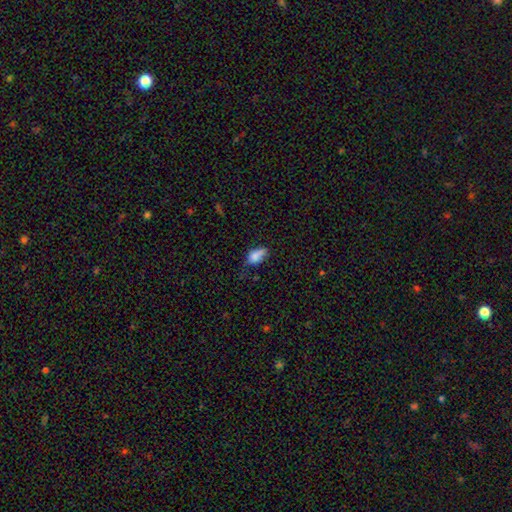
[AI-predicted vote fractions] smooth-or-featured: smooth: 78% | featured or disk: 12% | star or artifact: 10%
  how-rounded: in between: 86% | round: 7% | cigar-shaped: 7%
  merging: minor disturbance: 39% | none: 37% | major disturbance: 19% | merger: 6%